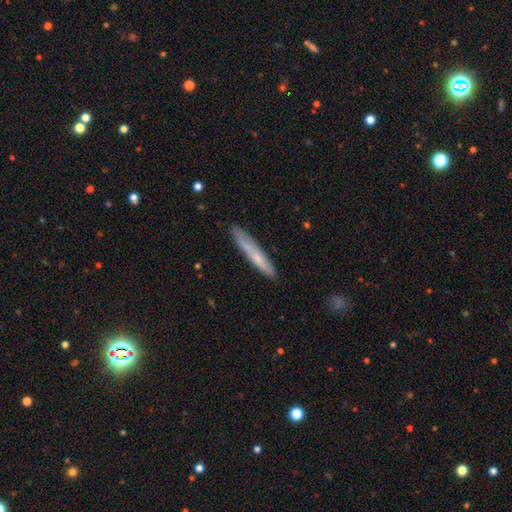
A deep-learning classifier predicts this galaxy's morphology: Overall: smooth (59%; featured or disk 34%). How rounded: cigar-shaped (94%). Merging: none (84%).